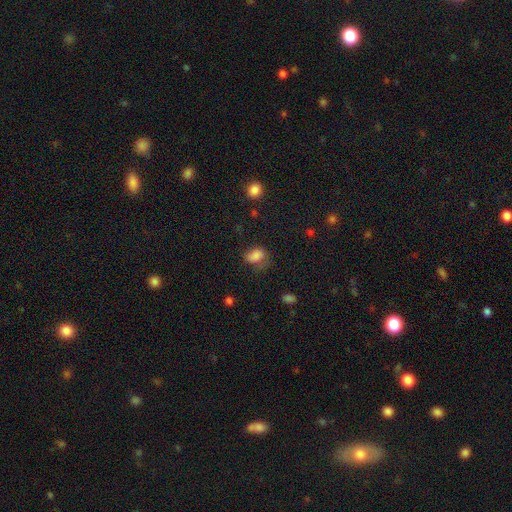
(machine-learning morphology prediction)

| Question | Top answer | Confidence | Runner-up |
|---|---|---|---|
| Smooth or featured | smooth | 80% | star or artifact (11%) |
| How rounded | in between | 76% | round (22%) |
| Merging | none | 43% | minor disturbance (31%) |